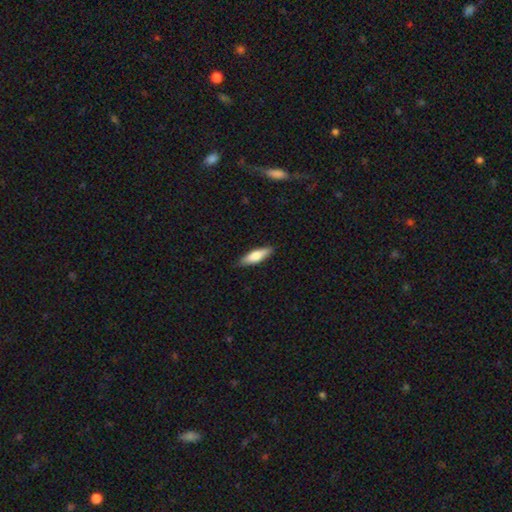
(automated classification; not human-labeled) Q: Smooth or featured?
A: smooth (70%); runner-up: featured or disk (24%)
Q: How rounded?
A: cigar-shaped (56%); runner-up: in between (42%)
Q: Merging?
A: none (87%); runner-up: minor disturbance (10%)